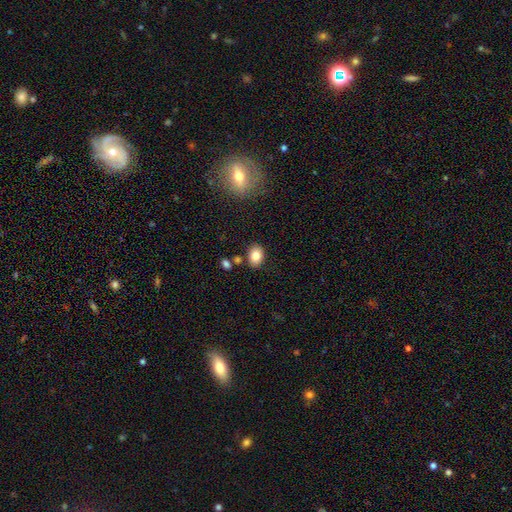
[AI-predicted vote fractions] smooth 83%, star or artifact 9%, featured or disk 9%. Down the decision tree: how rounded — in between (73%); merging — none (83%).